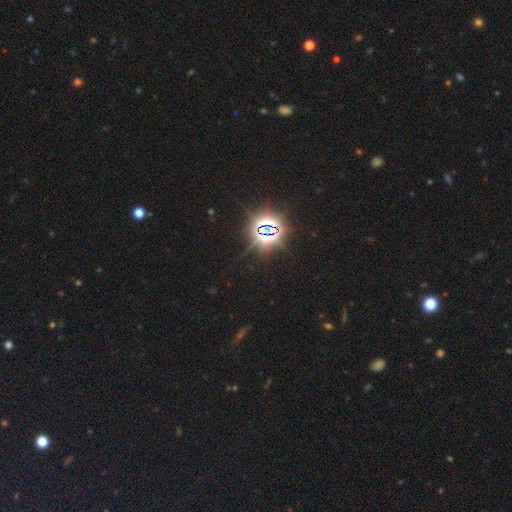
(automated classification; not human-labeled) Overall: star or artifact (84%).